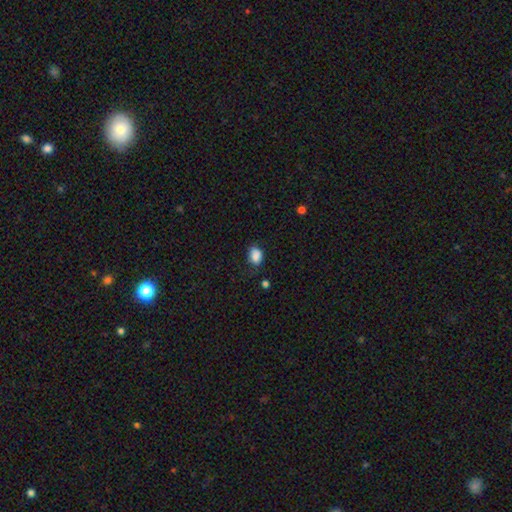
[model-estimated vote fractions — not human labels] A smooth galaxy with no disk features (84%) that is in between round and cigar-shaped (74%). Merging: none (52%).